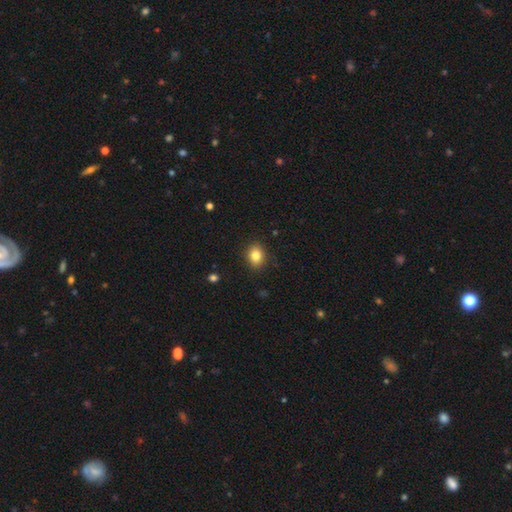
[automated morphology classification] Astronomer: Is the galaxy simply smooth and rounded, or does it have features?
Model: smooth — 83%.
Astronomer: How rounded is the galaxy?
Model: round — 50% (runner-up: in between, 49%).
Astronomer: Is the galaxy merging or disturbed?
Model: none — 89%.